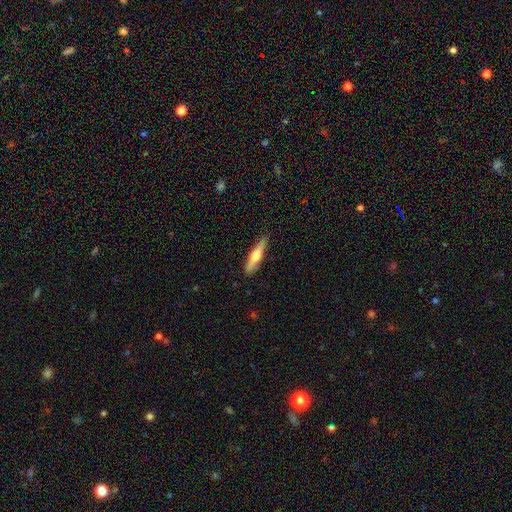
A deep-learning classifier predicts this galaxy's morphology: The model was most divided on "smooth or featured": smooth: 50%, featured or disk: 44%, star or artifact: 6%. More confident: merging — none (87%); how rounded — cigar-shaped (84%).